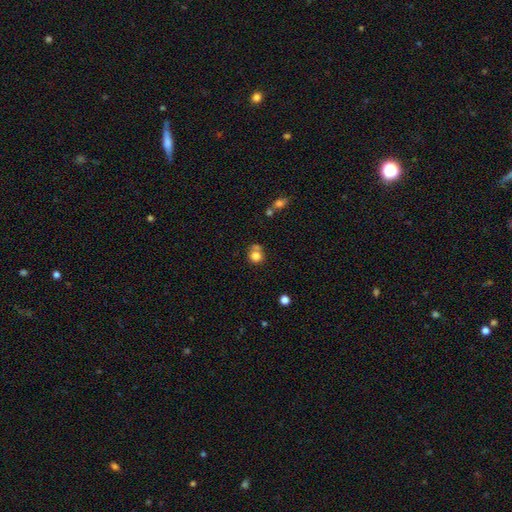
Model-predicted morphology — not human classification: A smooth galaxy with no disk features (81%) that is round (83%).

Vote fractions:
- Smooth or featured? smooth: 81% / star or artifact: 11% / featured or disk: 8%
- How rounded? round: 83% / in between: 16% / cigar-shaped: 1%
- Merging? none: 55% / merger: 24% / minor disturbance: 15% / major disturbance: 6%